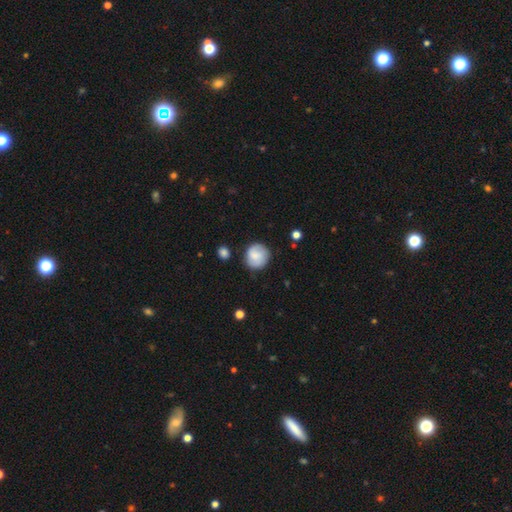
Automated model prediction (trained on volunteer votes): smooth_or_featured: smooth (p=0.73) [alt: featured or disk p=0.19]
how_rounded: round (p=0.89) [alt: in between p=0.10]
merging: none (p=0.80) [alt: minor disturbance p=0.14]